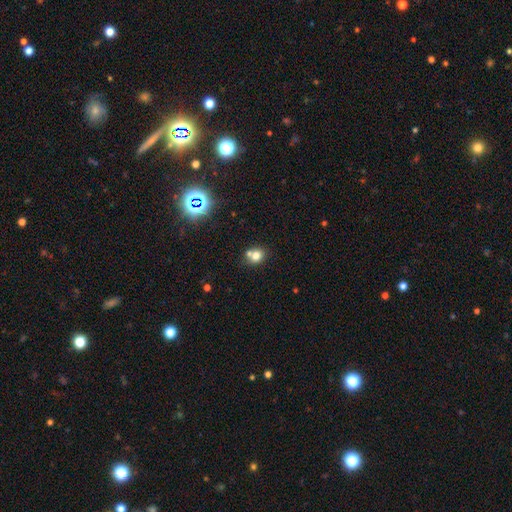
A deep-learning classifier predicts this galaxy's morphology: smooth 73%, star or artifact 15%, featured or disk 12%. Down the decision tree: how rounded — round (67%); merging — none (52%).